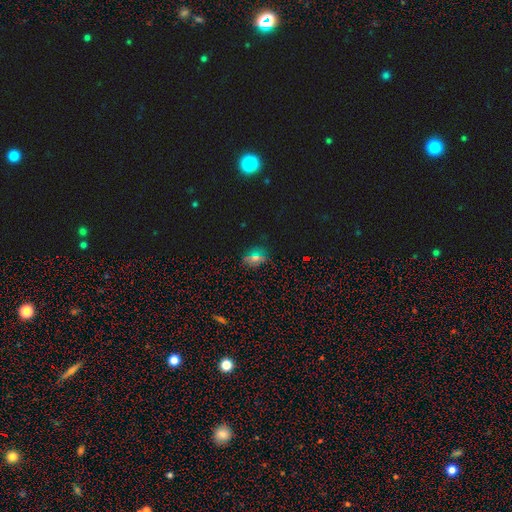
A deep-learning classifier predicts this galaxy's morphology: A smooth galaxy with no disk features (47%).

Vote fractions:
- Smooth or featured? smooth: 47% / star or artifact: 40% / featured or disk: 13%
- Merging? none: 86% / minor disturbance: 9% / major disturbance: 3% / merger: 2%